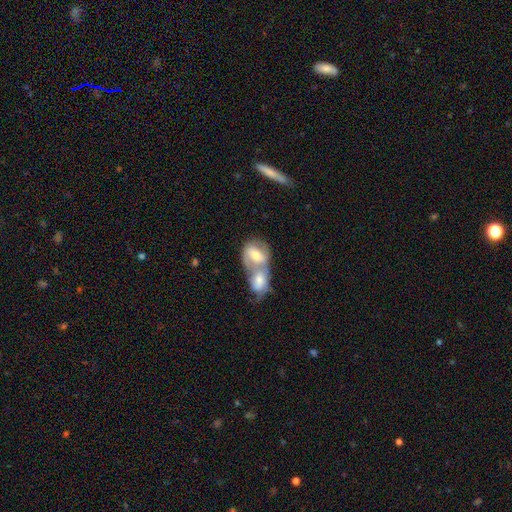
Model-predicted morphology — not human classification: Smooth or featured? featured or disk (48%)
Merging? merger (76%)